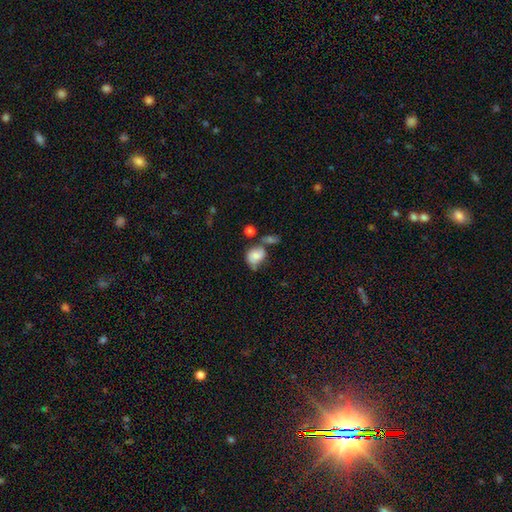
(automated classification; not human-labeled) Overall: smooth (70%). How rounded: round (52%; in between 47%). Merging: none (37%; minor disturbance 26%).